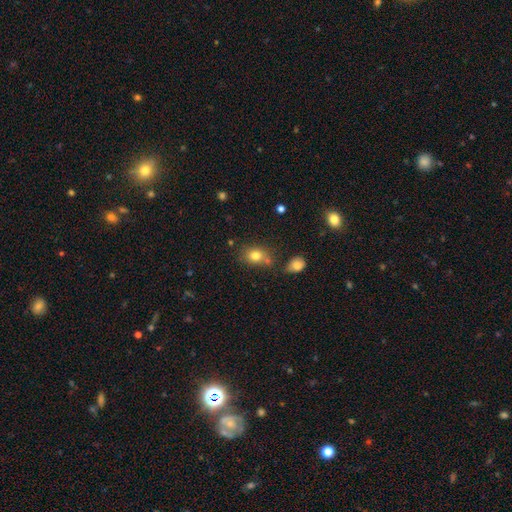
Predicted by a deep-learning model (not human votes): Smooth or featured? Predicted: smooth (p=0.79). How rounded? Predicted: in between (p=0.54). Merging? Predicted: none (p=0.60).